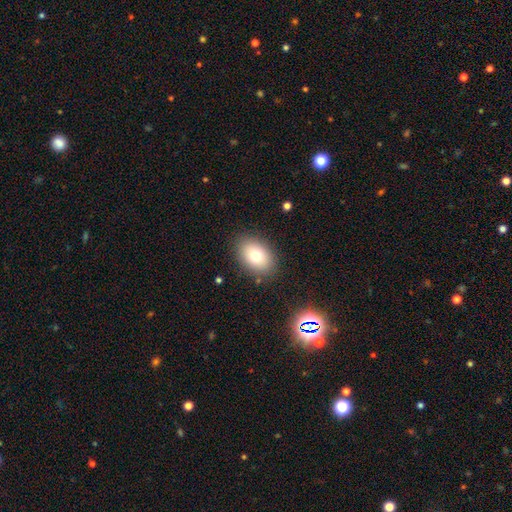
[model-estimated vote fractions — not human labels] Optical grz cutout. It shows a smooth galaxy with no disk features (76%) that is in between round and cigar-shaped (79%). Merging: none (86%).